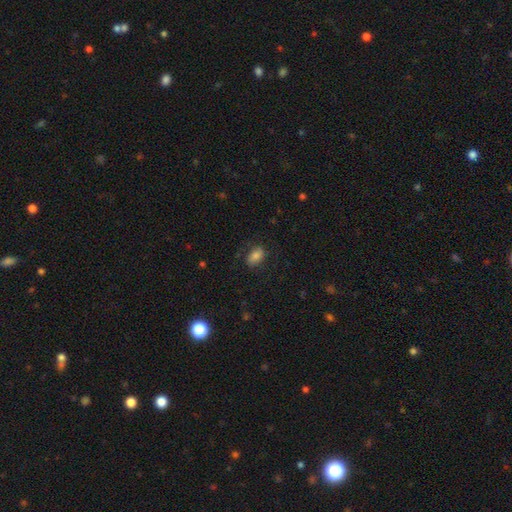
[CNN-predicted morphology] A smooth galaxy with no disk features (77%) that is in between round and cigar-shaped (87%).

Vote fractions:
- Smooth or featured? smooth: 77% / featured or disk: 14% / star or artifact: 9%
- How rounded? in between: 87% / round: 12% / cigar-shaped: 2%
- Merging? none: 76% / minor disturbance: 16% / major disturbance: 6% / merger: 1%